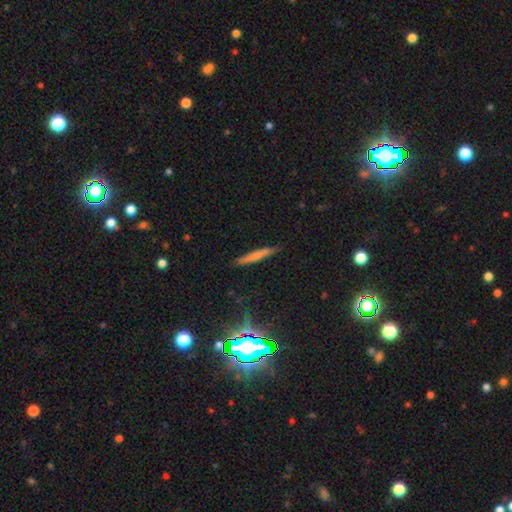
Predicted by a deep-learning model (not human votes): Morphology: type=smooth (62%); roundness=cigar-shaped (93%); merging=none (87%).